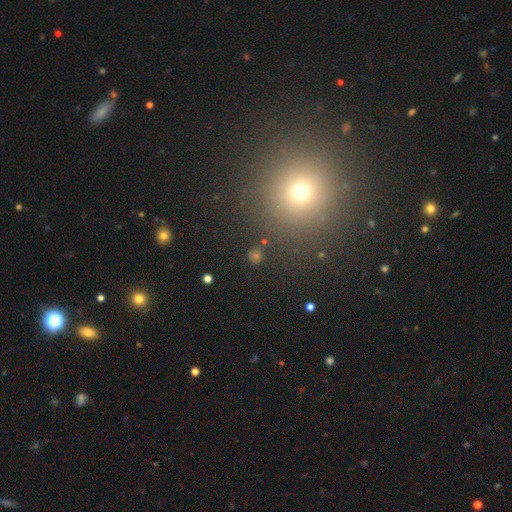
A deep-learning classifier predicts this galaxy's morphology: A smooth galaxy with no disk features (57%) that is round (83%).

Vote fractions:
- Smooth or featured? smooth: 57% / star or artifact: 34% / featured or disk: 8%
- How rounded? round: 83% / in between: 15% / cigar-shaped: 2%
- Merging? none: 85% / minor disturbance: 8% / major disturbance: 4% / merger: 4%